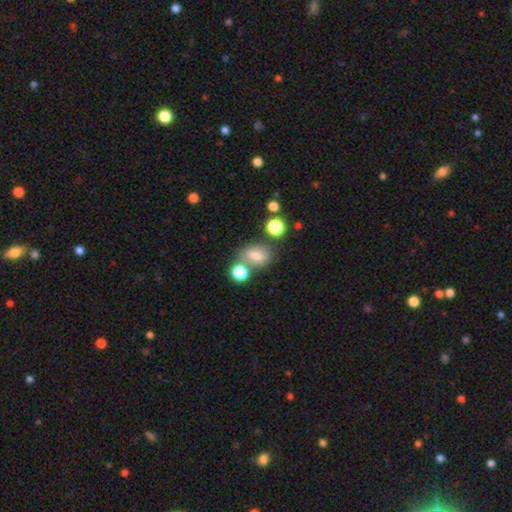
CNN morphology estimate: Smooth or featured? Predicted: smooth (p=0.73). How rounded? Predicted: in between (p=0.65). Merging? Predicted: none (p=0.59).